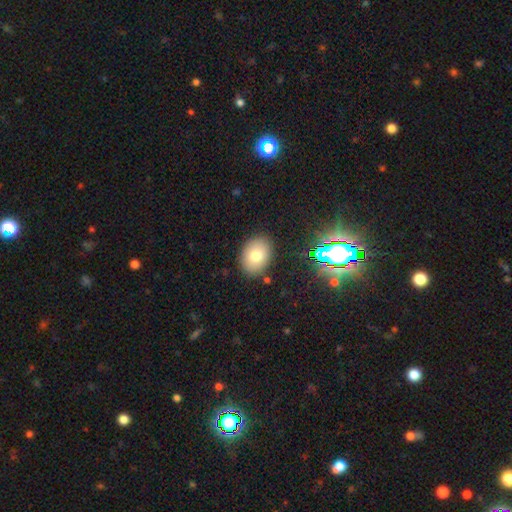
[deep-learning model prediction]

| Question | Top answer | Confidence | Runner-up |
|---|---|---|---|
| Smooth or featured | smooth | 75% | featured or disk (14%) |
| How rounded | in between | 68% | round (31%) |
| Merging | none | 87% | minor disturbance (9%) |